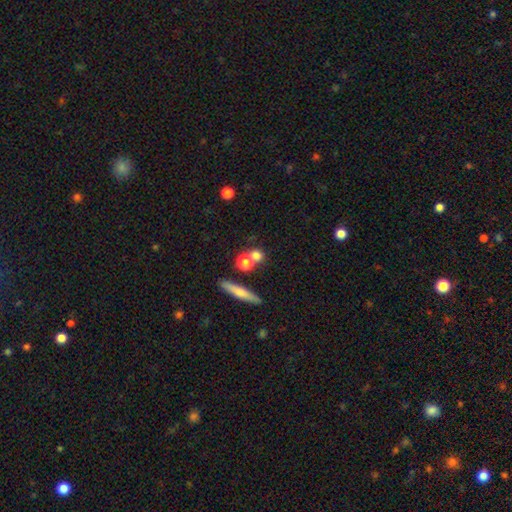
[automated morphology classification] smooth-or-featured: smooth: 72% | featured or disk: 16% | star or artifact: 13%
  how-rounded: round: 73% | in between: 16% | cigar-shaped: 11%
  merging: none: 58% | merger: 29% | minor disturbance: 9% | major disturbance: 4%